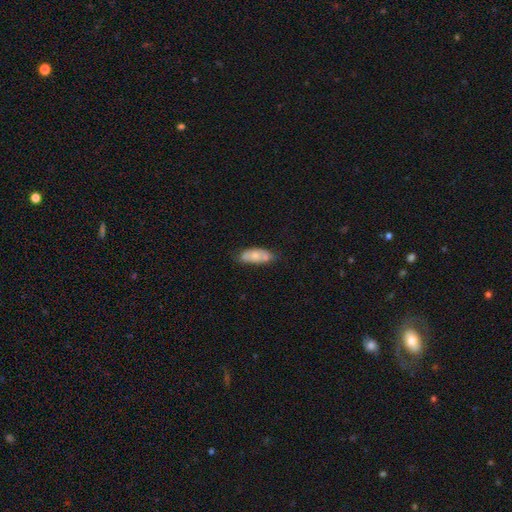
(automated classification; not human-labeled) Smooth or featured: smooth — 62% (featured or disk — 32%)
How rounded: in between — 81% (cigar-shaped — 17%)
Merging: none — 59% (minor disturbance — 26%)